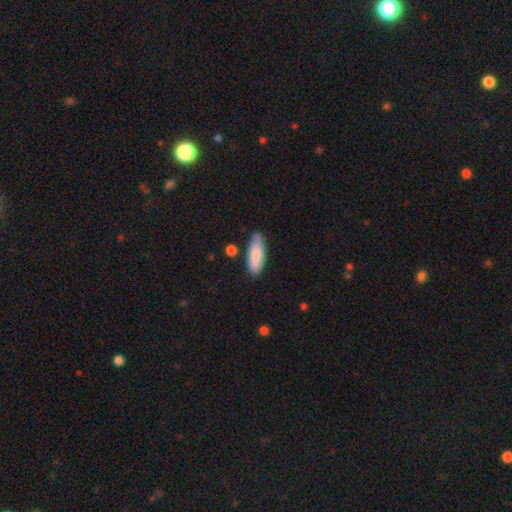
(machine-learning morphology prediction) This appears to be a smooth galaxy with no disk features (82%) that is in between round and cigar-shaped (62%). Merging: none (74%).